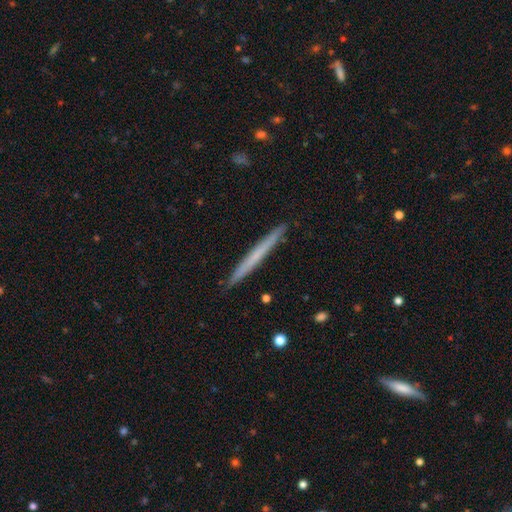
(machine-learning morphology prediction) Smooth or featured?
  - smooth: 53% *
  - featured or disk: 41%
  - star or artifact: 5%
How rounded?
  - cigar-shaped: 97% *
  - in between: 1%
  - round: 1%
Merging?
  - none: 92% *
  - minor disturbance: 6%
  - major disturbance: 1%
  - merger: 1%